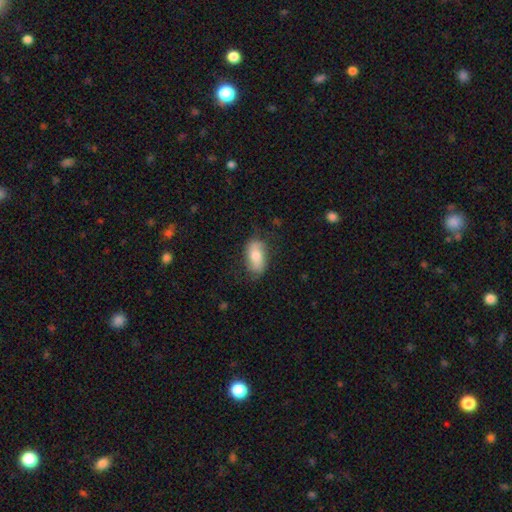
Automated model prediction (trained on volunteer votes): A smooth galaxy with no disk features (68%) that is in between round and cigar-shaped (90%).

Vote fractions:
- Smooth or featured? smooth: 68% / featured or disk: 26% / star or artifact: 6%
- How rounded? in between: 90% / cigar-shaped: 5% / round: 5%
- Merging? none: 72% / minor disturbance: 21% / major disturbance: 6% / merger: 1%